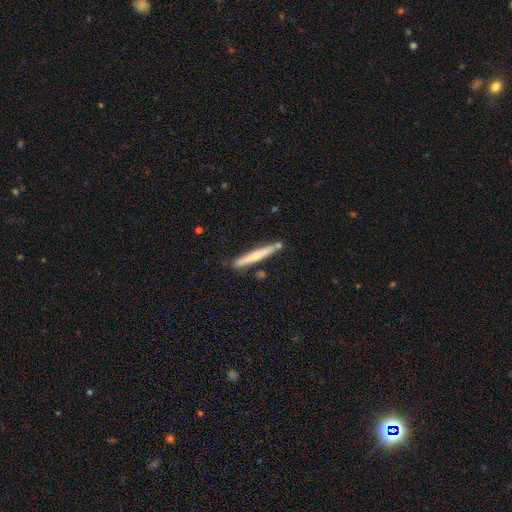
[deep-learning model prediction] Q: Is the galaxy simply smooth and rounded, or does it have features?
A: smooth — 57%.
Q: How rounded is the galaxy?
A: cigar-shaped — 96%.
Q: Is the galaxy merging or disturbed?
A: none — 79%.